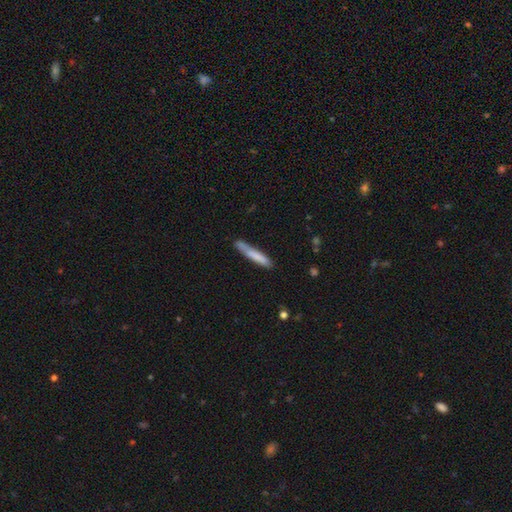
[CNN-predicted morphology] Smooth or featured: smooth — 73% (featured or disk — 21%)
How rounded: cigar-shaped — 94% (in between — 5%)
Merging: none — 75% (minor disturbance — 17%)